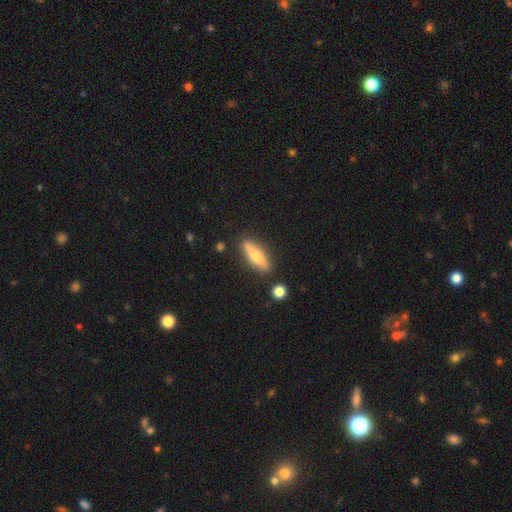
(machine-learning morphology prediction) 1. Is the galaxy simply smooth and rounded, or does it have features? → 51% smooth, 43% featured or disk, 6% star or artifact.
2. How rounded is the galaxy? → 71% cigar-shaped, 27% in between, 2% round.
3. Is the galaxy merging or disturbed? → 84% none, 10% minor disturbance, 3% merger, 2% major disturbance.